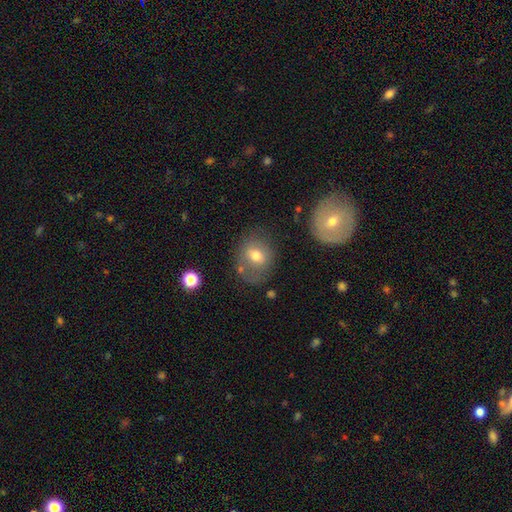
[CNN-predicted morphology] Smooth or featured? Predicted: smooth (p=0.66). How rounded? Predicted: round (p=0.58). Merging? Predicted: none (p=0.64).